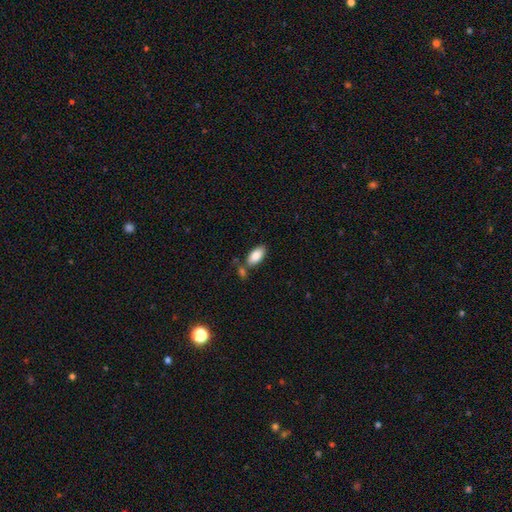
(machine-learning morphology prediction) A smooth galaxy with no disk features (85%) that is in between round and cigar-shaped (92%). Merging: none (68%).